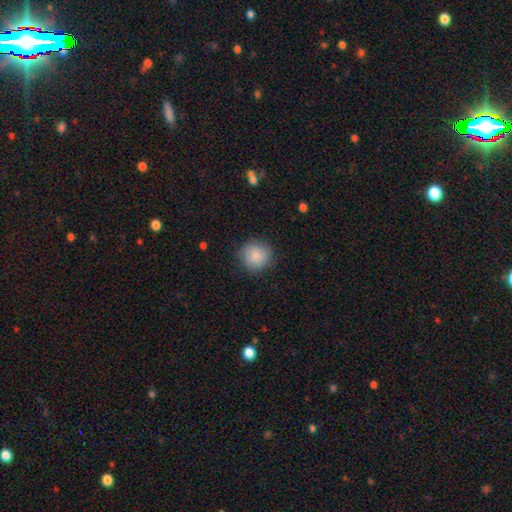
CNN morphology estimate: A smooth galaxy with no disk features (85%) that is round (92%).

Vote fractions:
- Smooth or featured? smooth: 85% / featured or disk: 8% / star or artifact: 7%
- How rounded? round: 92% / in between: 7% / cigar-shaped: 1%
- Merging? none: 84% / minor disturbance: 12% / major disturbance: 3% / merger: 1%